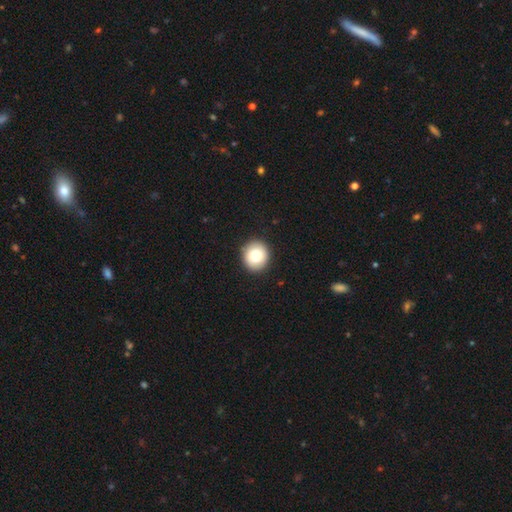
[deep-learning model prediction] Morphology: type=smooth (78%); roundness=round (85%); merging=none (92%).